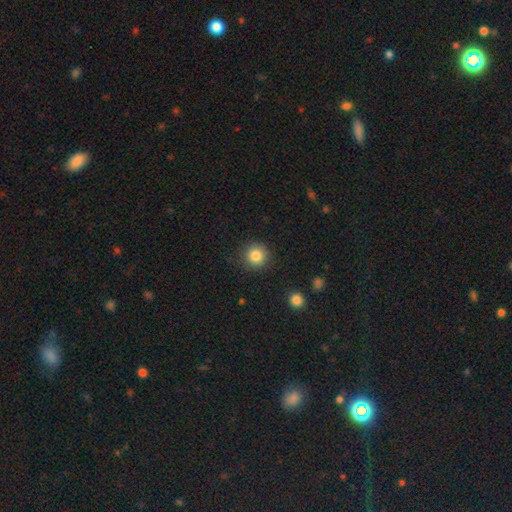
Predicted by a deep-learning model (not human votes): smooth 84%, star or artifact 10%, featured or disk 6%. Down the decision tree: how rounded — round (94%); merging — none (89%).